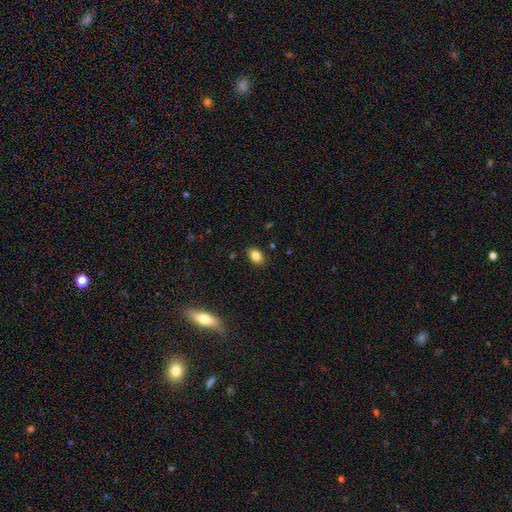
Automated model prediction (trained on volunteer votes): Smooth or featured? smooth (84%)
How rounded? in between (81%)
Merging? none (87%)